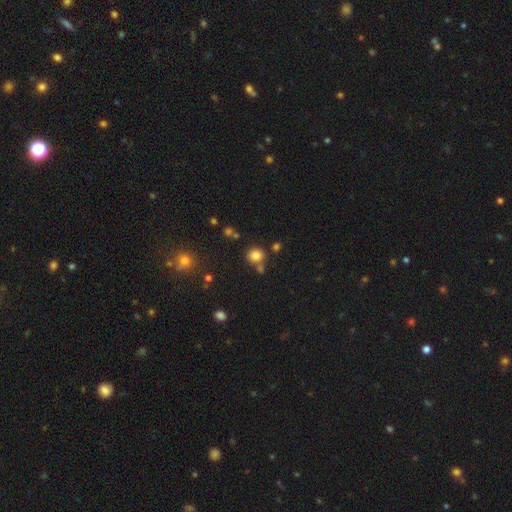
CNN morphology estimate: Smooth or featured?
  - smooth: 80% *
  - star or artifact: 14%
  - featured or disk: 6%
How rounded?
  - round: 86% *
  - in between: 13%
  - cigar-shaped: 1%
Merging?
  - none: 74% *
  - merger: 13%
  - minor disturbance: 9%
  - major disturbance: 3%